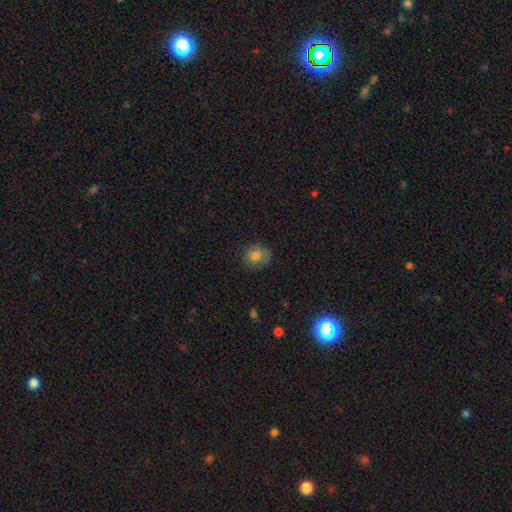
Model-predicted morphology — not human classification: A smooth galaxy with no disk features (75%) that is round (74%).

Vote fractions:
- Smooth or featured? smooth: 75% / featured or disk: 15% / star or artifact: 10%
- How rounded? round: 74% / in between: 25% / cigar-shaped: 1%
- Merging? none: 72% / minor disturbance: 20% / major disturbance: 6% / merger: 1%